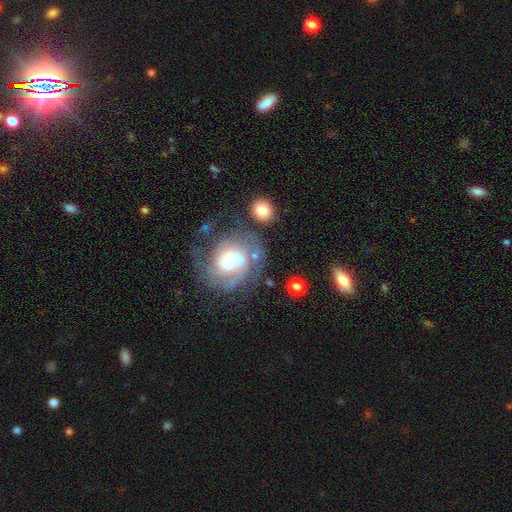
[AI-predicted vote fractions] Q: Smooth or featured?
A: featured or disk (79%); runner-up: smooth (14%)
Q: Edge-on disk?
A: no (98%); runner-up: yes (2%)
Q: Bar?
A: no (52%); runner-up: weak (38%)
Q: Spiral arms?
A: yes (92%); runner-up: no (8%)
Q: Spiral winding?
A: tight (51%); runner-up: medium (37%)
Q: Spiral arm count?
A: 2 (51%); runner-up: can't tell (19%)
Q: Bulge size?
A: moderate (37%); runner-up: large (32%)
Q: Merging?
A: none (56%); runner-up: minor disturbance (19%)